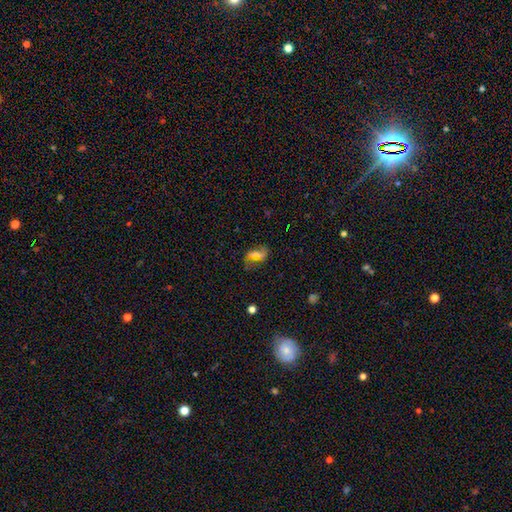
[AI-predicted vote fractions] featured or disk 45%, smooth 41%, star or artifact 13%. Down the decision tree: merging — none (72%).